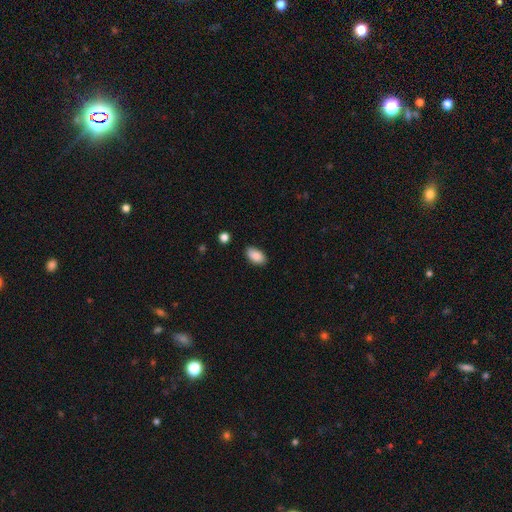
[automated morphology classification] smooth-or-featured: smooth: 88% | star or artifact: 7% | featured or disk: 5%
  how-rounded: in between: 93% | round: 5% | cigar-shaped: 2%
  merging: none: 85% | minor disturbance: 12% | major disturbance: 2% | merger: 1%